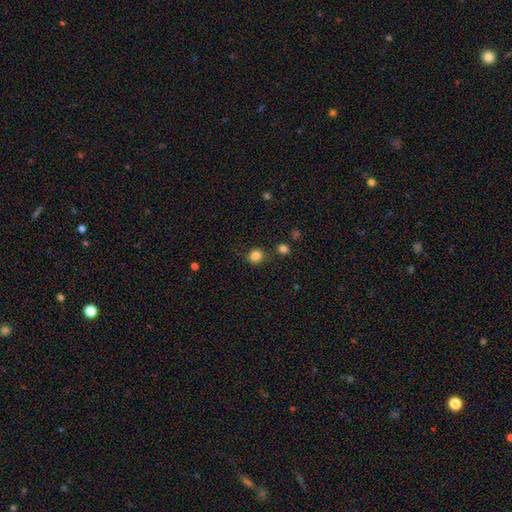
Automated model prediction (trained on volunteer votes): Smooth or featured?
  - smooth: 84% *
  - star or artifact: 12%
  - featured or disk: 4%
How rounded?
  - round: 88% *
  - in between: 11%
  - cigar-shaped: 1%
Merging?
  - none: 81% *
  - minor disturbance: 10%
  - merger: 5%
  - major disturbance: 3%